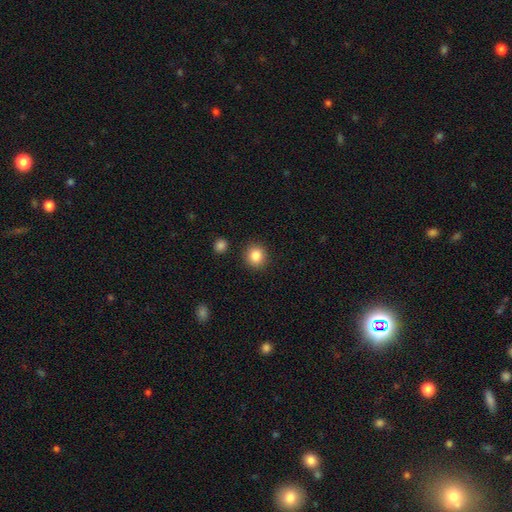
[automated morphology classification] smooth 85%, star or artifact 10%, featured or disk 5%. Down the decision tree: how rounded — round (87%); merging — none (89%).